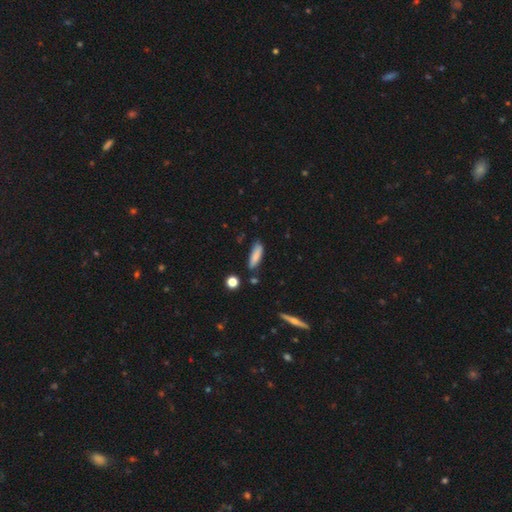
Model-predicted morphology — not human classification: smooth-or-featured: smooth: 83% | featured or disk: 9% | star or artifact: 7%
  how-rounded: cigar-shaped: 56% | in between: 42% | round: 2%
  merging: none: 74% | minor disturbance: 18% | merger: 4% | major disturbance: 3%